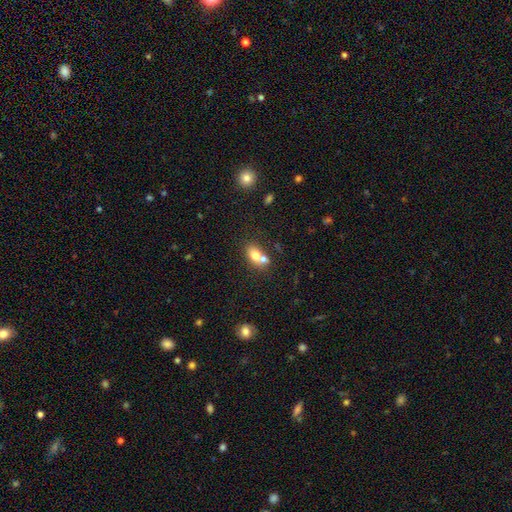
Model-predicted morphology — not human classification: Smooth or featured? Predicted: smooth (p=0.72). How rounded? Predicted: in between (p=0.68). Merging? Predicted: merger (p=0.54).